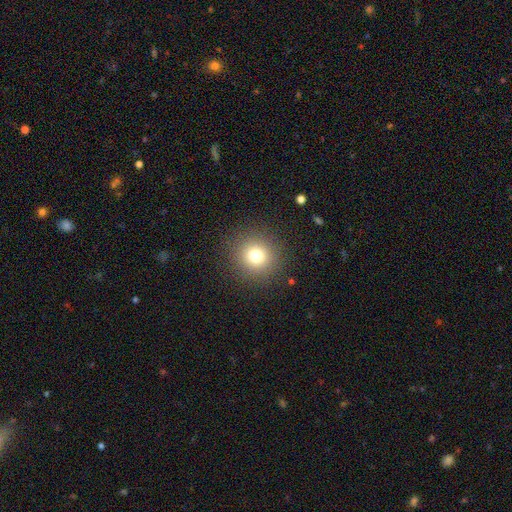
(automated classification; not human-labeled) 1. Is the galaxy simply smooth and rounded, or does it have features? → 76% smooth, 16% star or artifact, 9% featured or disk.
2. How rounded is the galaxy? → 95% round, 4% in between, 1% cigar-shaped.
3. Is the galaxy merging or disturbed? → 90% none, 6% minor disturbance, 3% major disturbance, 1% merger.